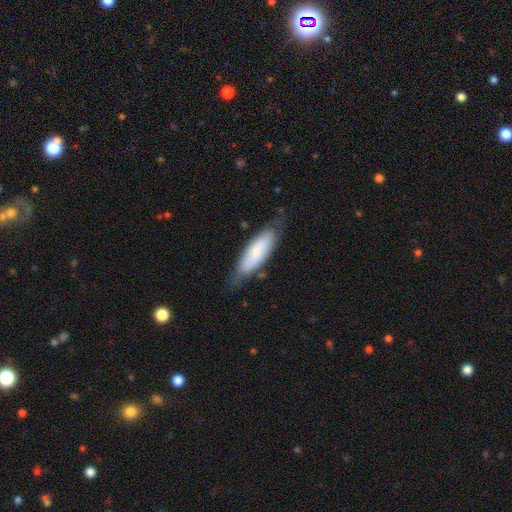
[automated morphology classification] Overall: smooth (70%). How rounded: in between (51%; cigar-shaped 47%). Merging: none (69%).